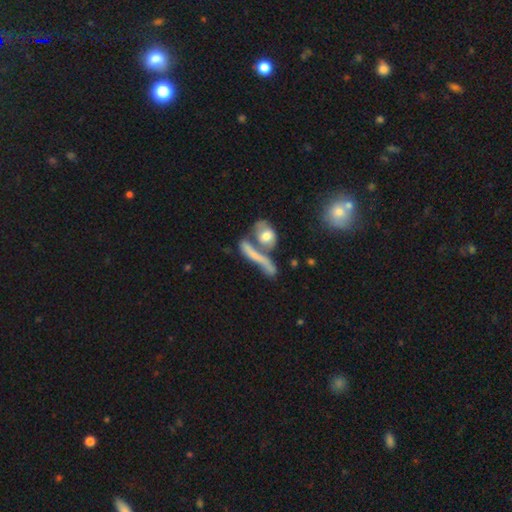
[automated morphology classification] smooth_or_featured: smooth (p=0.49) [alt: featured or disk p=0.40]
merging: merger (p=0.39) [alt: none p=0.34]